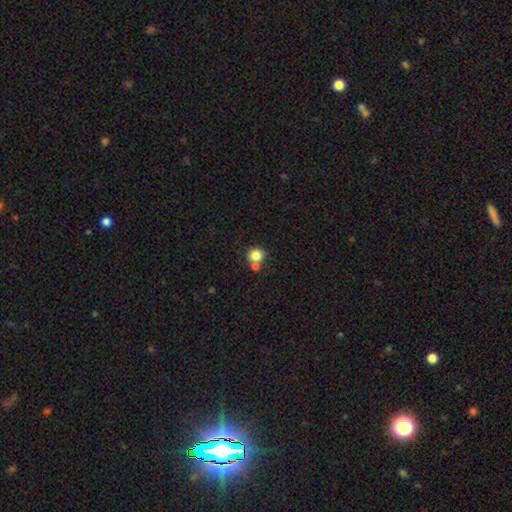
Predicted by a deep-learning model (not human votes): The model was most divided on "merging": none: 57%, merger: 30%, minor disturbance: 10%, major disturbance: 3%. More confident: how rounded — round (85%); smooth or featured — smooth (82%).